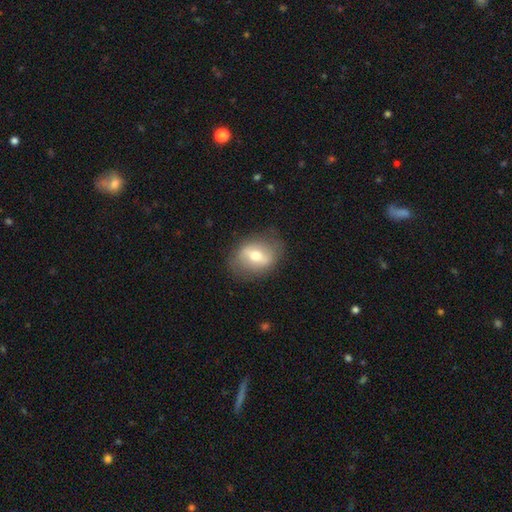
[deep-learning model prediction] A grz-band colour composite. It shows a featured or disk galaxy (47%). Merging: none (77%).